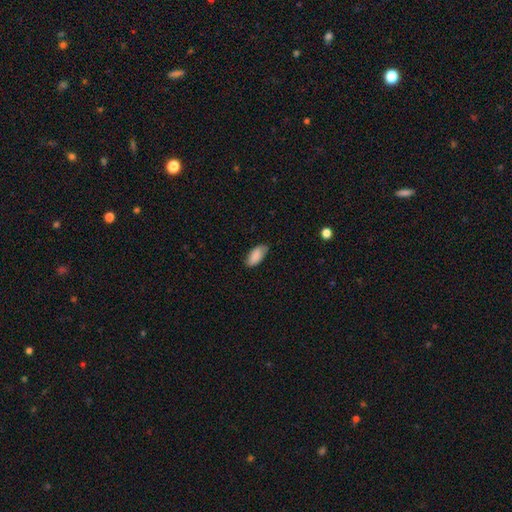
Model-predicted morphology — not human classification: smooth_or_featured: smooth (p=0.87) [alt: star or artifact p=0.07]
how_rounded: in between (p=0.91) [alt: cigar-shaped p=0.07]
merging: none (p=0.72) [alt: minor disturbance p=0.23]